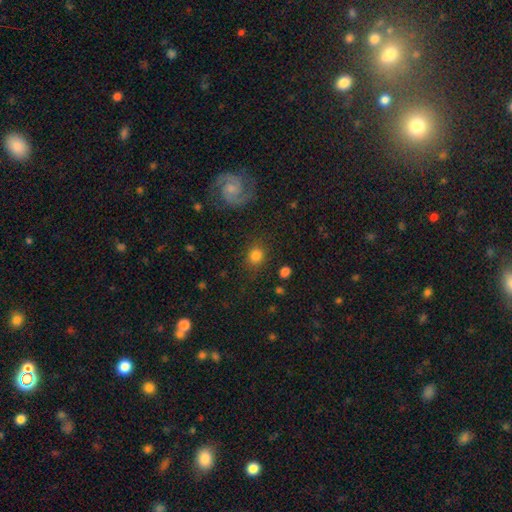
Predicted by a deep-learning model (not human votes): A smooth galaxy with no disk features (78%) that is round (72%). Merging: none (80%).